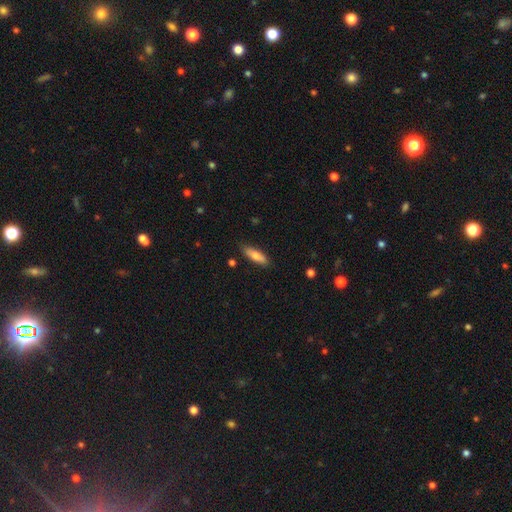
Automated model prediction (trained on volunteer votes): smooth 73%, featured or disk 21%, star or artifact 6%. Down the decision tree: how rounded — cigar-shaped (54%); merging — none (84%).